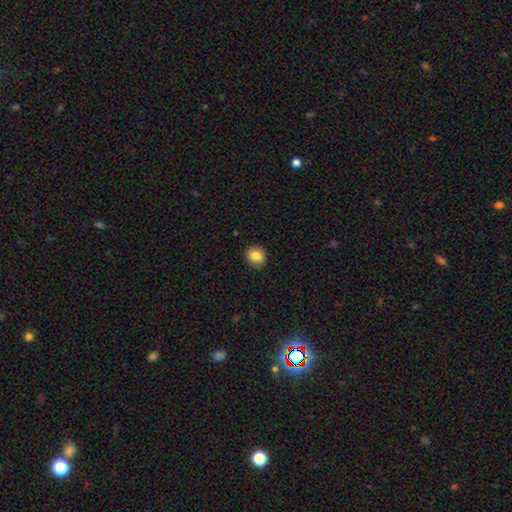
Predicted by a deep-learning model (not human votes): This appears to be a smooth galaxy with no disk features (85%) that is round (81%). Merging: none (90%).